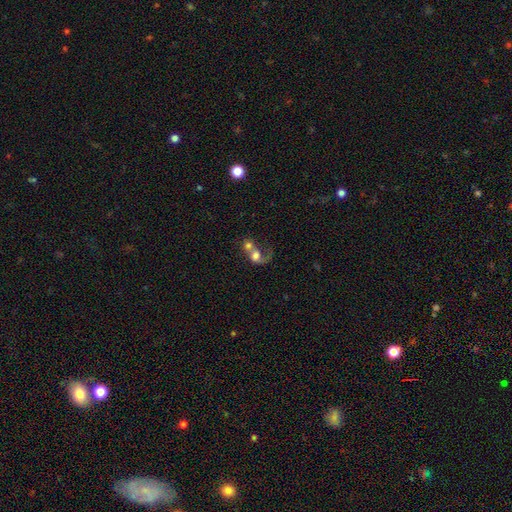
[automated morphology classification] This appears to be a smooth galaxy with no disk features (49%). Merging: merger (72%).